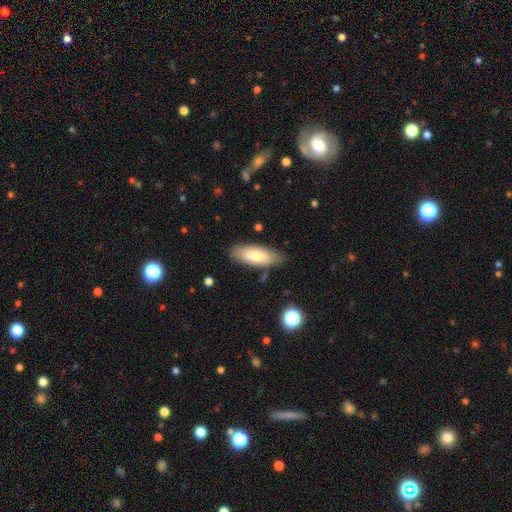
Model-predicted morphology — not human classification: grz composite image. It shows a smooth galaxy with no disk features (70%) that is in between round and cigar-shaped (74%). Merging: none (82%).